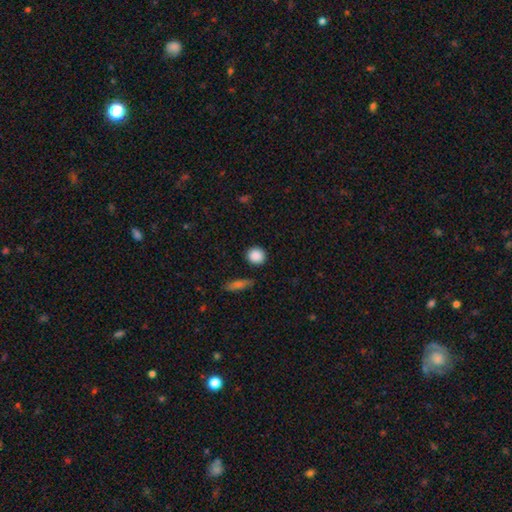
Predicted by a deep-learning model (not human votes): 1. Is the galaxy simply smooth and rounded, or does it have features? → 88% smooth, 8% star or artifact, 4% featured or disk.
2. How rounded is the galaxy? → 88% round, 11% in between, 2% cigar-shaped.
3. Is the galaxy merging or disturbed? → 88% none, 8% minor disturbance, 2% major disturbance, 2% merger.